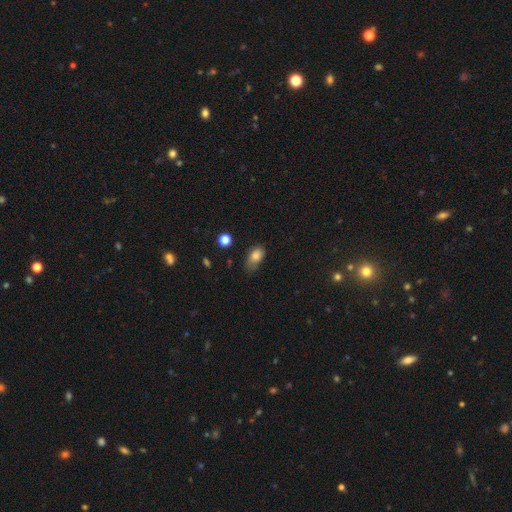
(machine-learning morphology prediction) A smooth galaxy with no disk features (79%) that is in between round and cigar-shaped (87%). Merging: none (47%).